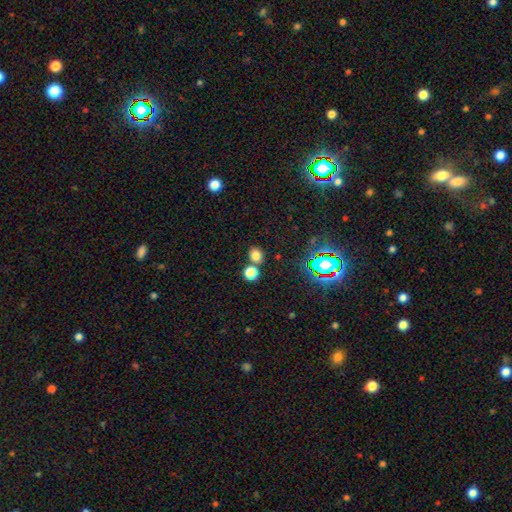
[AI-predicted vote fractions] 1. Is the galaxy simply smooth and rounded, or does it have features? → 76% smooth, 18% star or artifact, 6% featured or disk.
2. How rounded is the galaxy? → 66% round, 33% in between, 1% cigar-shaped.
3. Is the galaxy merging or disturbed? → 70% none, 18% merger, 9% minor disturbance, 3% major disturbance.